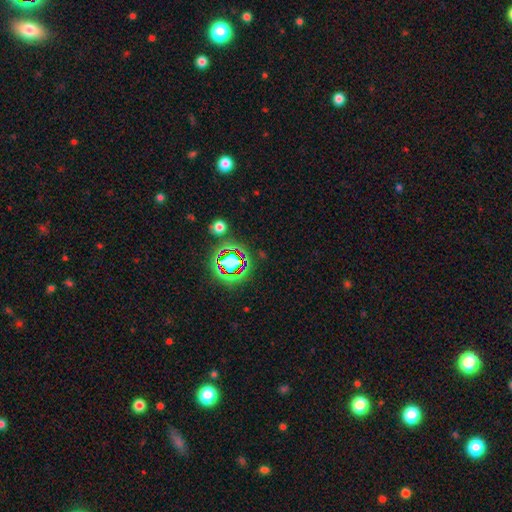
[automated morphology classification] smooth-or-featured: star or artifact: 77% | smooth: 14% | featured or disk: 9%